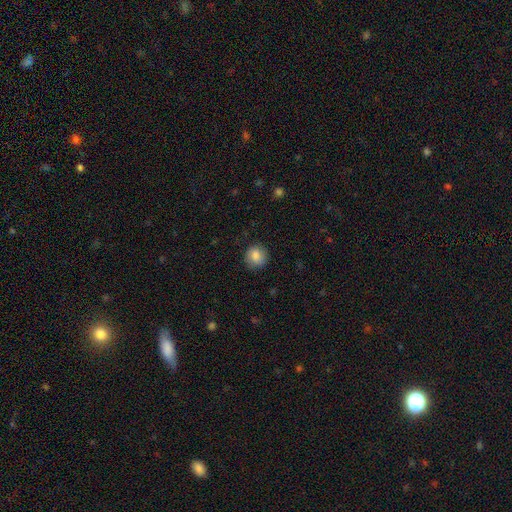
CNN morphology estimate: Smooth or featured?
  - smooth: 83% *
  - featured or disk: 9%
  - star or artifact: 9%
How rounded?
  - round: 87% *
  - in between: 12%
  - cigar-shaped: 1%
Merging?
  - none: 87% *
  - minor disturbance: 10%
  - major disturbance: 3%
  - merger: 1%